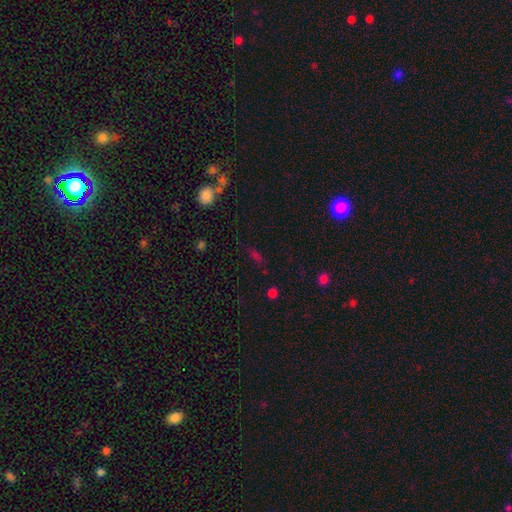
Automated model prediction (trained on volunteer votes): Smooth or featured? smooth (54%)
How rounded? in between (65%)
Merging? none (71%)